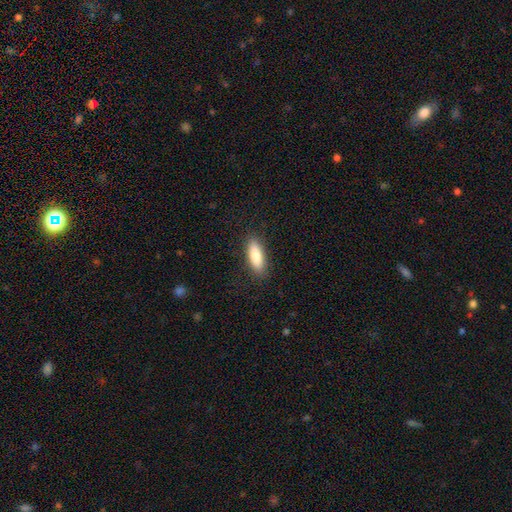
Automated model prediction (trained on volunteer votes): A smooth galaxy with no disk features (84%) that is in between round and cigar-shaped (60%).

Vote fractions:
- Smooth or featured? smooth: 84% / featured or disk: 11% / star or artifact: 6%
- How rounded? in between: 60% / cigar-shaped: 38% / round: 2%
- Merging? none: 87% / minor disturbance: 10% / major disturbance: 2% / merger: 1%